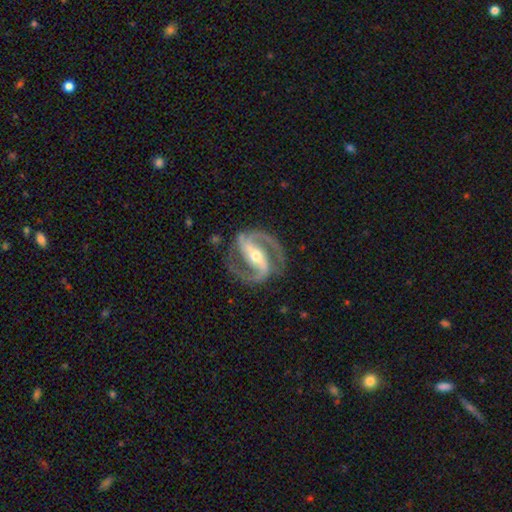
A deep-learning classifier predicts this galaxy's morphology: A featured or disk galaxy (93%) with a strong bar (68%), 2 (93%) medium (60%) spiral arms (98%) and a moderate central bulge (59%).

Vote fractions:
- Smooth or featured? featured or disk: 93% / star or artifact: 4% / smooth: 3%
- Edge-on disk? no: 97% / yes: 3%
- Bar? strong: 68% / weak: 22% / no: 10%
- Spiral arms? yes: 98% / no: 2%
- Spiral winding? medium: 60% / tight: 28% / loose: 12%
- Spiral arm count? 2: 93% / 3: 2% / can't tell: 1% / 1: 1% / 4: 1% / more than 4: 1%
- Bulge size? moderate: 59% / small: 36% / large: 3% / none: 1% / dominant: 1%
- Merging? none: 83% / minor disturbance: 12% / major disturbance: 5% / merger: 1%